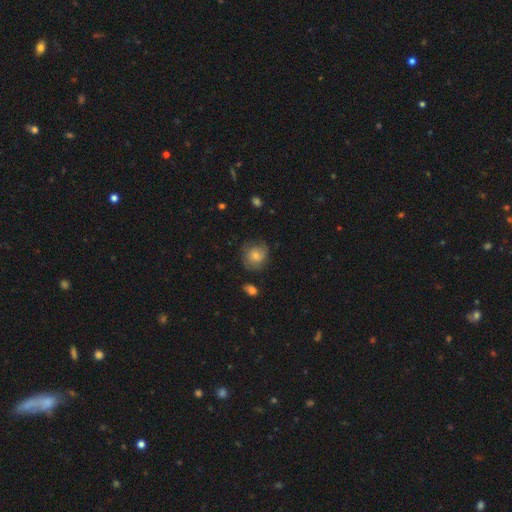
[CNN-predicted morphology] The model was most divided on "smooth or featured": smooth: 63%, featured or disk: 28%, star or artifact: 8%. More confident: how rounded — round (79%); merging — none (65%).